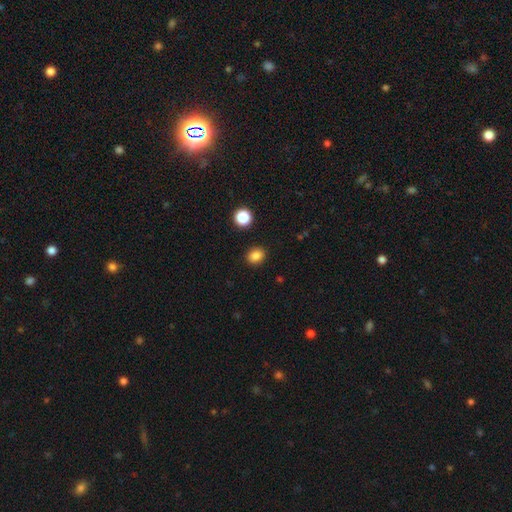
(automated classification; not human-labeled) Morphology: type=smooth (85%); roundness=round (62%); merging=none (90%).